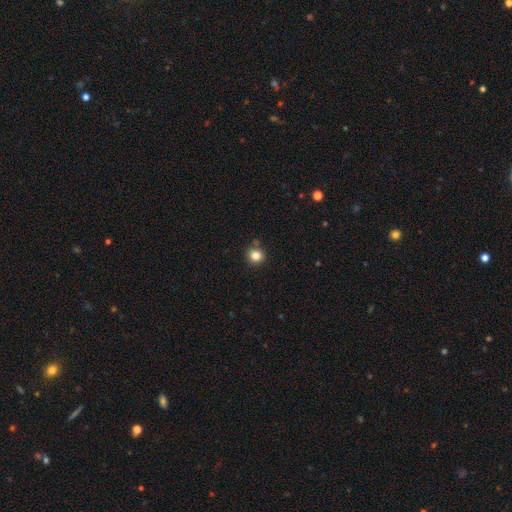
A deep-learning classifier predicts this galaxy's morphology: This appears to be a smooth galaxy with no disk features (83%) that is round (91%). Merging: none (85%).